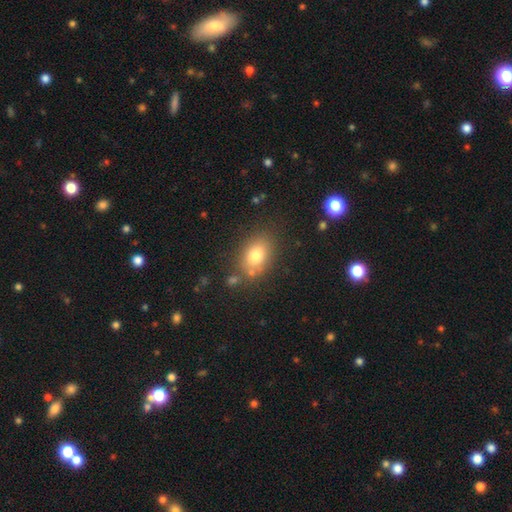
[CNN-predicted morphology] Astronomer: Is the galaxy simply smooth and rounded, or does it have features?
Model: smooth — 78%.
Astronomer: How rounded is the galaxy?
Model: in between — 77%.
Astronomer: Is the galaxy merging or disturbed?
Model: none — 75%.